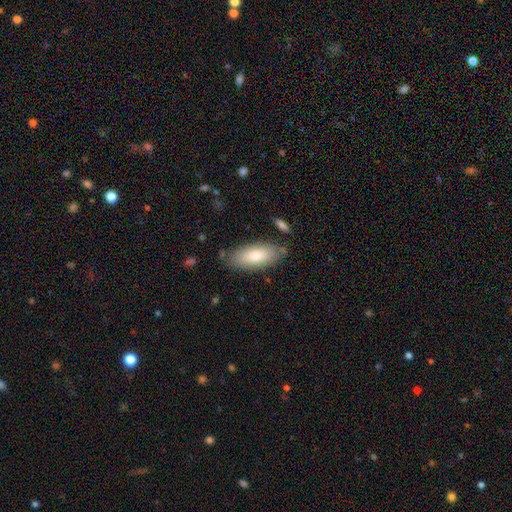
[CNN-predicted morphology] Overall: smooth (78%). How rounded: in between (82%). Merging: none (79%).